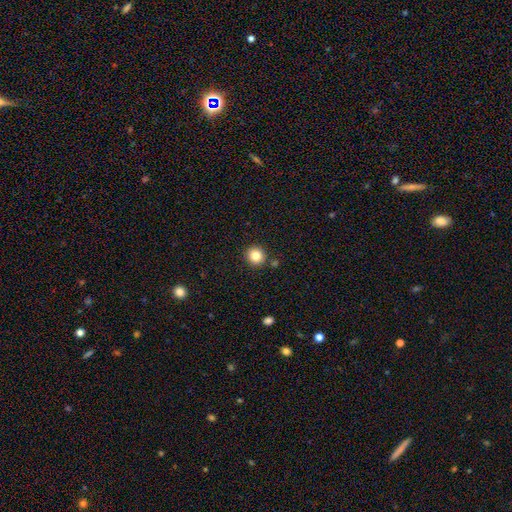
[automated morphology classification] This is clearly a smooth galaxy (83%). How rounded: clearly round (93%). Merging: clearly none (89%).